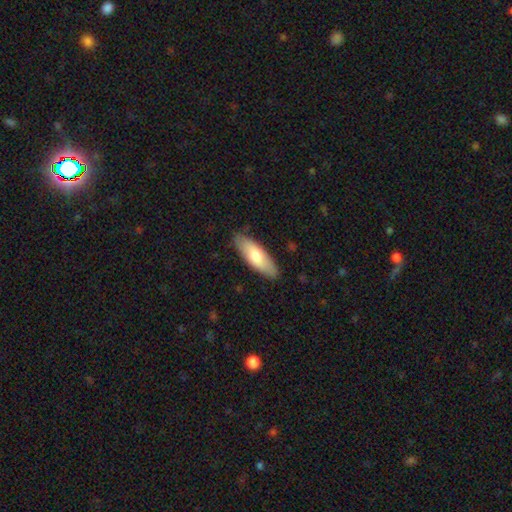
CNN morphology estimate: Smooth or featured: smooth — 71% (featured or disk — 24%)
How rounded: in between — 60% (cigar-shaped — 38%)
Merging: none — 86% (minor disturbance — 11%)